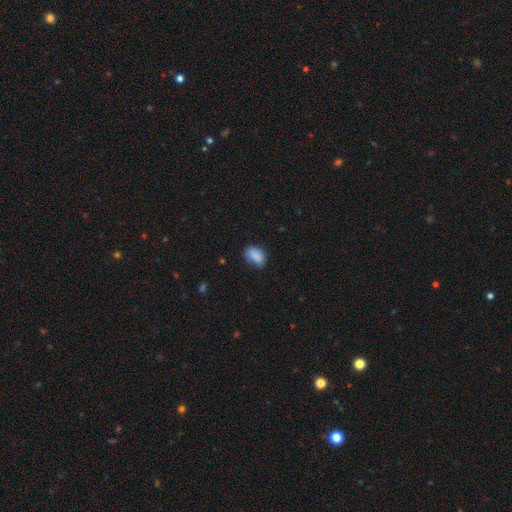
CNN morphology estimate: smooth-or-featured: smooth: 86% | star or artifact: 8% | featured or disk: 6%
  how-rounded: in between: 87% | round: 11% | cigar-shaped: 3%
  merging: none: 63% | minor disturbance: 29% | major disturbance: 6% | merger: 2%